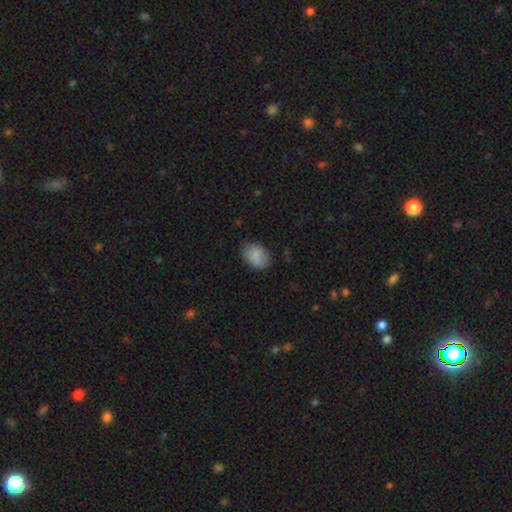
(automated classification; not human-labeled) This is clearly a smooth galaxy (86%). How rounded: likely in between (71%). Merging: likely none (78%).